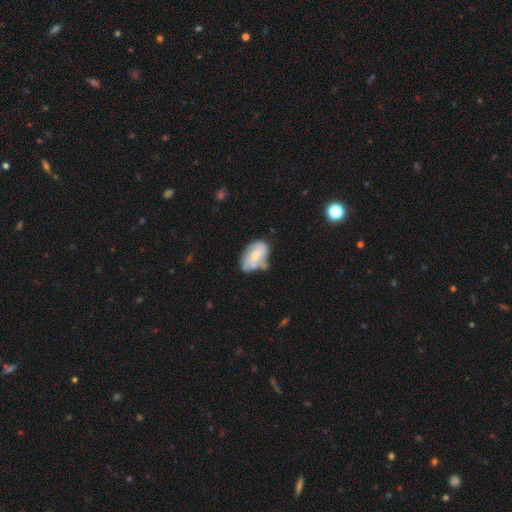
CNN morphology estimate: smooth 50%, featured or disk 43%, star or artifact 7%. Down the decision tree: how rounded — in between (89%); merging — none (42%).